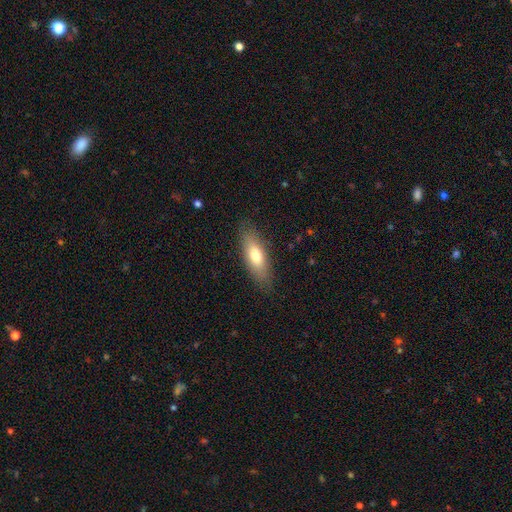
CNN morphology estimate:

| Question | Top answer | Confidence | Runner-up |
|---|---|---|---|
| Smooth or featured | smooth | 71% | featured or disk (22%) |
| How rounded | in between | 65% | cigar-shaped (33%) |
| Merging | none | 84% | minor disturbance (12%) |